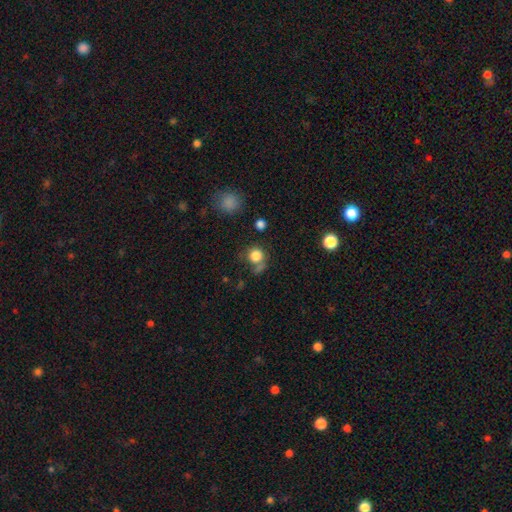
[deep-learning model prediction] The model was most divided on "merging": none: 57%, minor disturbance: 17%, merger: 14%, major disturbance: 12%. More confident: how rounded — round (87%); smooth or featured — smooth (81%).